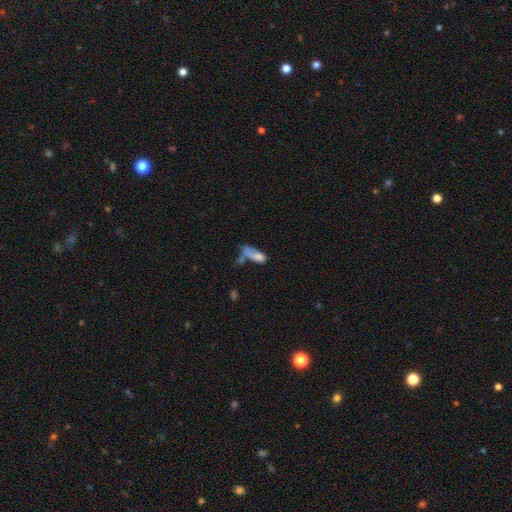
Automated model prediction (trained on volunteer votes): Smooth or featured? smooth (67%)
How rounded? in between (67%)
Merging? merger (39%)